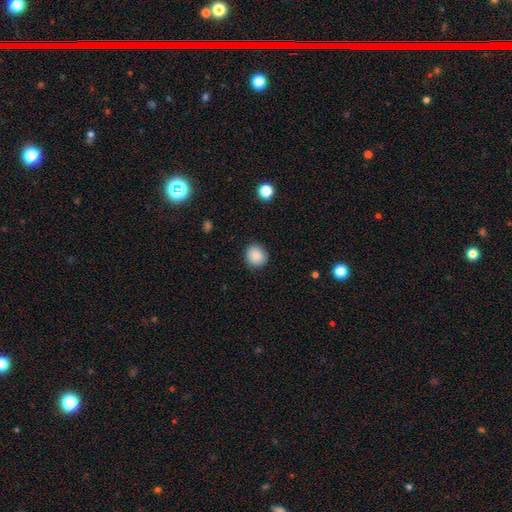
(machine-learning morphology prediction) Q: Smooth or featured?
A: smooth (87%); runner-up: star or artifact (8%)
Q: How rounded?
A: round (82%); runner-up: in between (17%)
Q: Merging?
A: none (86%); runner-up: minor disturbance (10%)